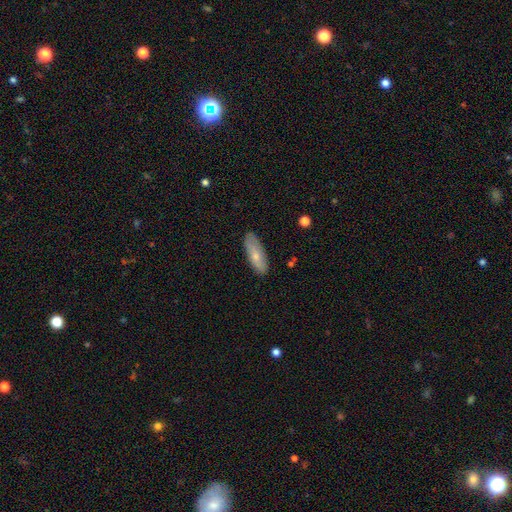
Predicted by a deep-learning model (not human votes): smooth_or_featured: smooth (p=0.67) [alt: featured or disk p=0.27]
how_rounded: in between (p=0.60) [alt: cigar-shaped p=0.38]
merging: none (p=0.82) [alt: minor disturbance p=0.14]